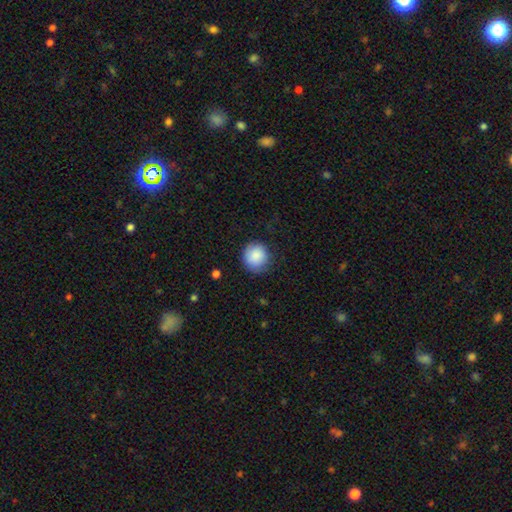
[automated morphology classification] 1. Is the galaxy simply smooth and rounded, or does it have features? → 88% smooth, 7% star or artifact, 5% featured or disk.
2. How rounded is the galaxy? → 90% round, 9% in between, 1% cigar-shaped.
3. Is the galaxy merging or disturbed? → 81% none, 14% minor disturbance, 4% major disturbance, 1% merger.